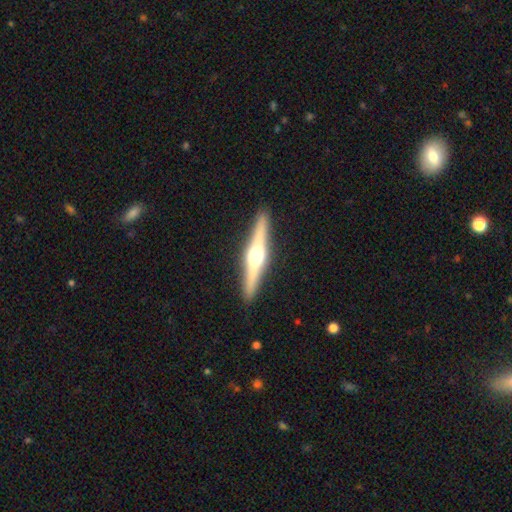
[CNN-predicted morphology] Smooth or featured? Predicted: featured or disk (p=0.73). Edge-on disk? Predicted: yes (p=0.98). Edge-on bulge? Predicted: rounded (p=0.94). Merging? Predicted: none (p=0.91).